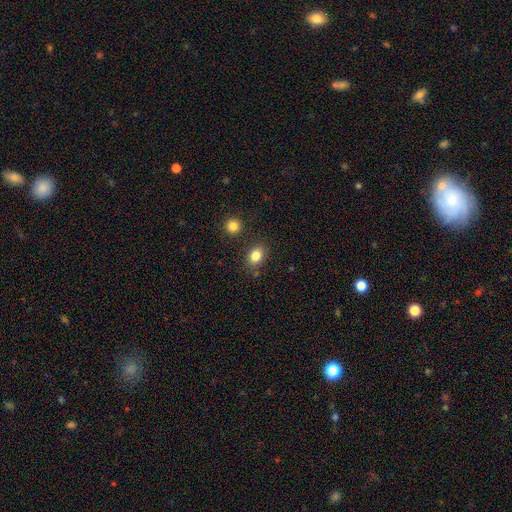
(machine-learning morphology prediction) Smooth or featured?
  - smooth: 84% *
  - star or artifact: 10%
  - featured or disk: 6%
How rounded?
  - in between: 67% *
  - round: 31%
  - cigar-shaped: 1%
Merging?
  - none: 80% *
  - minor disturbance: 12%
  - merger: 5%
  - major disturbance: 3%